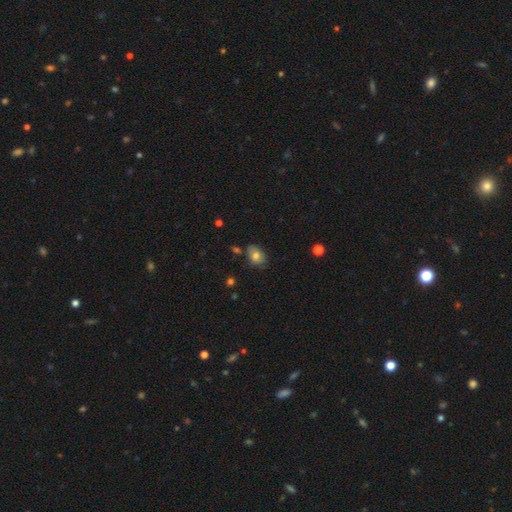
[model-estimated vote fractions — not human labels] Smooth or featured: smooth — 76% (featured or disk — 14%)
How rounded: in between — 74% (round — 24%)
Merging: none — 66% (minor disturbance — 24%)